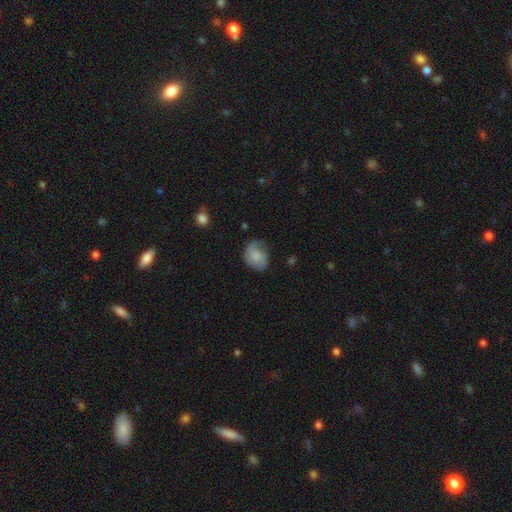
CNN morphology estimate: smooth 69%, featured or disk 23%, star or artifact 8%. Down the decision tree: how rounded — in between (51%); merging — none (53%).